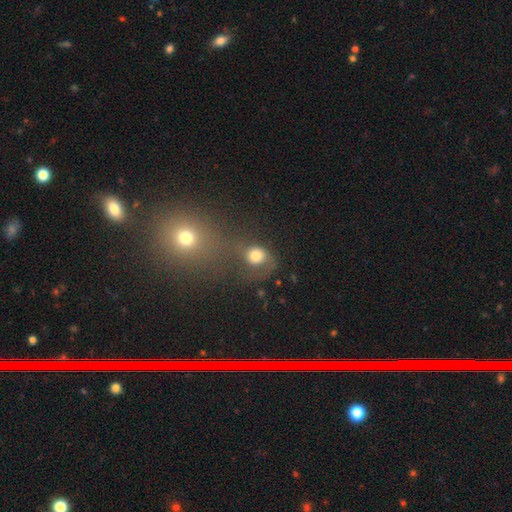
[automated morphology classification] Smooth or featured: smooth — 69% (featured or disk — 18%)
How rounded: round — 73% (in between — 26%)
Merging: none — 30% (tied with merger — 30%)